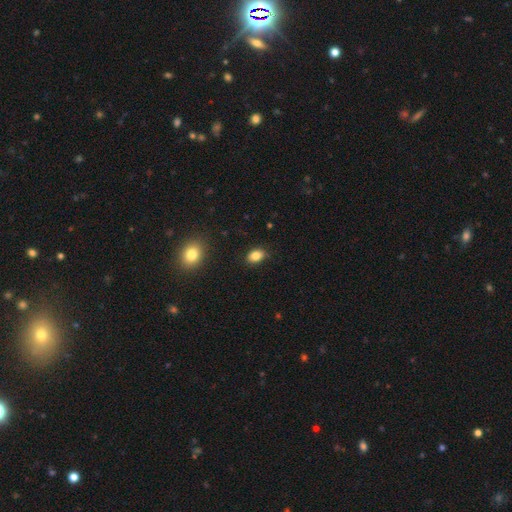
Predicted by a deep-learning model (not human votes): This appears to be a smooth galaxy with no disk features (84%) that is in between round and cigar-shaped (81%). Merging: none (84%).